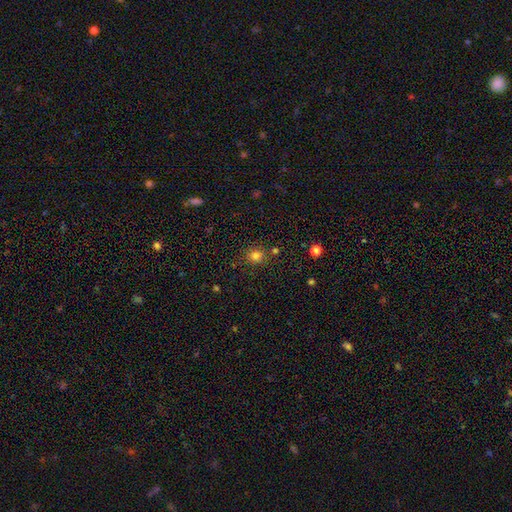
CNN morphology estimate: Overall: smooth (80%). How rounded: round (83%). Merging: none (81%).